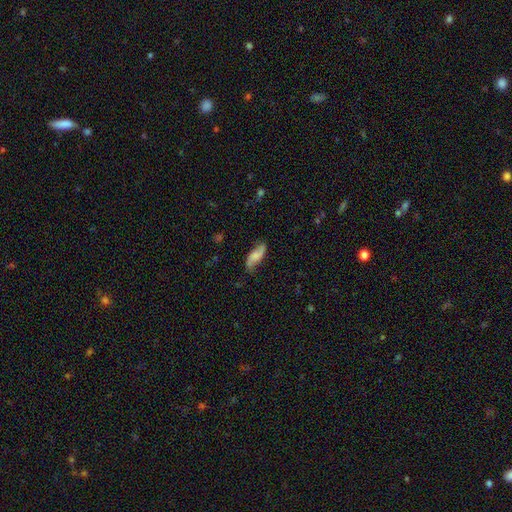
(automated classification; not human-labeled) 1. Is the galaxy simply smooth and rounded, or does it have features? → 51% featured or disk, 41% smooth, 8% star or artifact.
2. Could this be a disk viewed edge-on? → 88% no, 12% yes.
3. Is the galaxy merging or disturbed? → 73% none, 19% minor disturbance, 6% major disturbance, 2% merger.